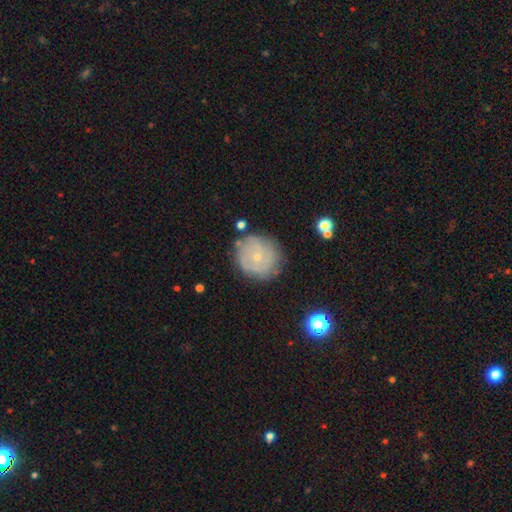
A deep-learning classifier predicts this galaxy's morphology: Overall: featured or disk (52%; smooth 40%). Edge-on disk: no (97%). Bar: no (84%). Spiral arms: yes (62%; no 38%). Bulge size: small (79%). Merging: none (77%).